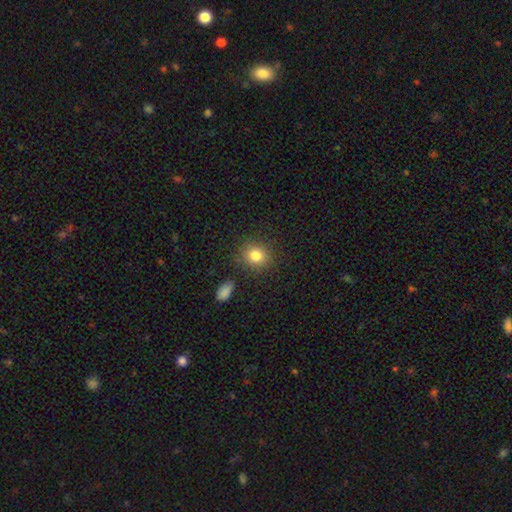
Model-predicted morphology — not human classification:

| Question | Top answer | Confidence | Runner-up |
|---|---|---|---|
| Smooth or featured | smooth | 83% | star or artifact (10%) |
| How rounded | round | 73% | in between (26%) |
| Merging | none | 84% | minor disturbance (10%) |